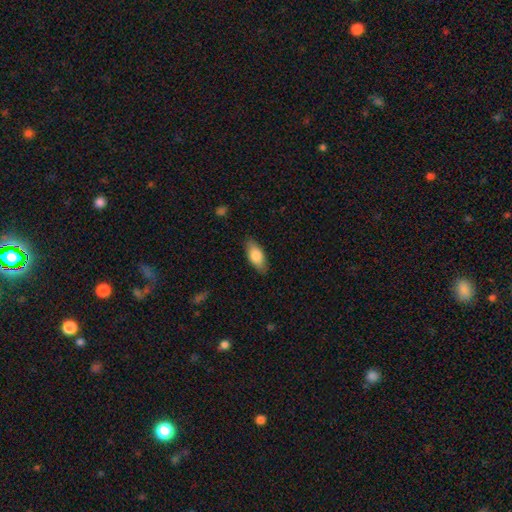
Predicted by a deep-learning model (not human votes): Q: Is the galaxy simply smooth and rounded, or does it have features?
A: smooth — 79%.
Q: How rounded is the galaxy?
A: in between — 86%.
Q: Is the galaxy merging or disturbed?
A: none — 85%.